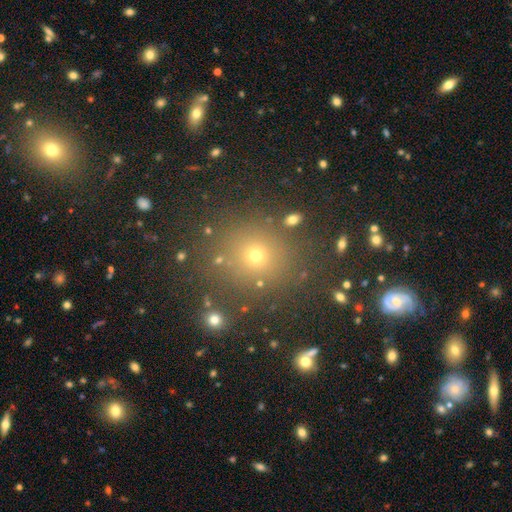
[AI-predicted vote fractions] Morphology: type=smooth (64%); roundness=round (84%); merging=none (83%).